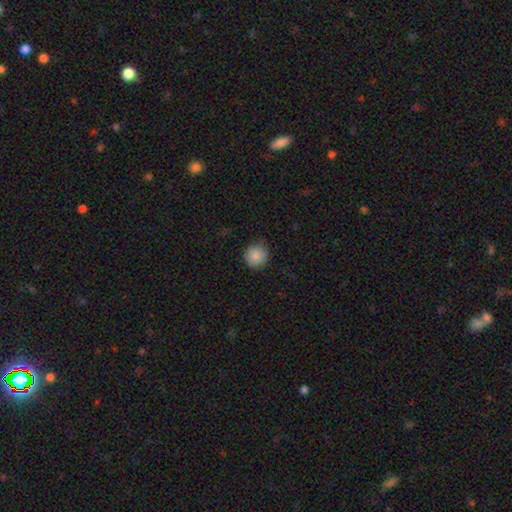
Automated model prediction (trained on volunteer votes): smooth_or_featured: smooth (p=0.86) [alt: star or artifact p=0.09]
how_rounded: round (p=0.94) [alt: in between p=0.05]
merging: none (p=0.84) [alt: minor disturbance p=0.13]